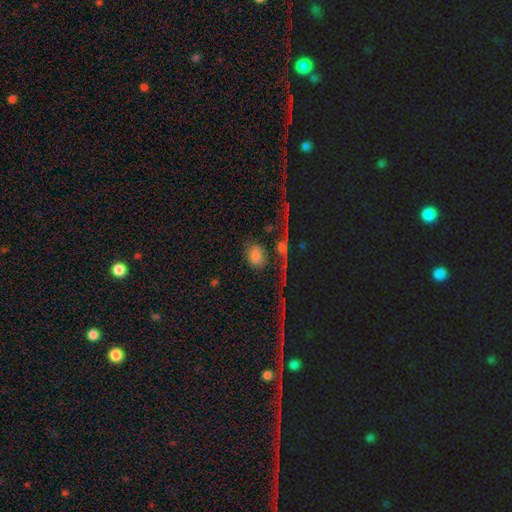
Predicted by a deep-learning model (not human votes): This appears to be a smooth galaxy with no disk features (64%) that is in between round and cigar-shaped (65%). Merging: none (51%).